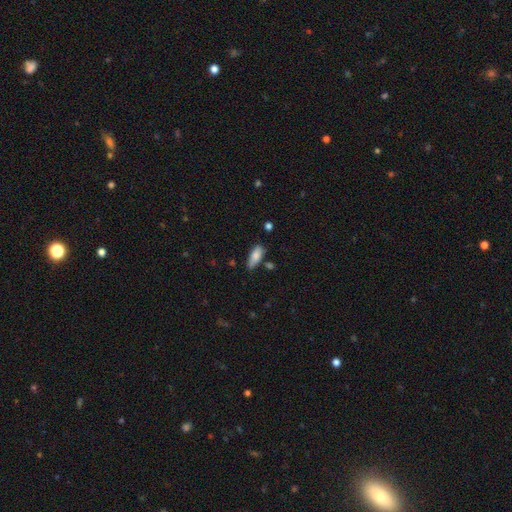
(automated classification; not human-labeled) Smooth or featured? smooth (81%)
How rounded? in between (79%)
Merging? none (62%)